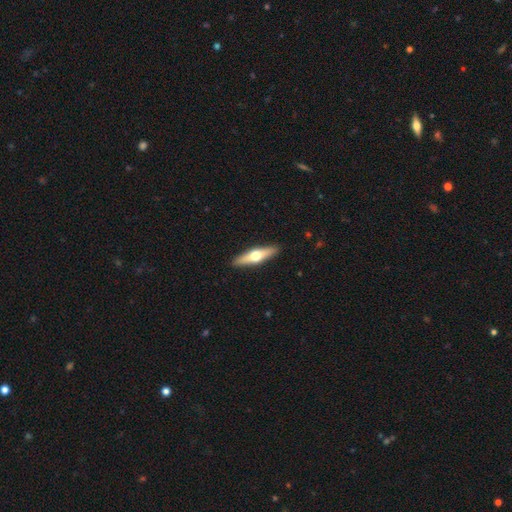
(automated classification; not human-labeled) smooth-or-featured: featured or disk: 56% | smooth: 39% | star or artifact: 5%
  disk-edge-on: yes: 93% | no: 7%
    edge-on-bulge: rounded: 95% | none: 3% | boxy: 2%
  merging: none: 91% | minor disturbance: 6% | major disturbance: 1% | merger: 1%